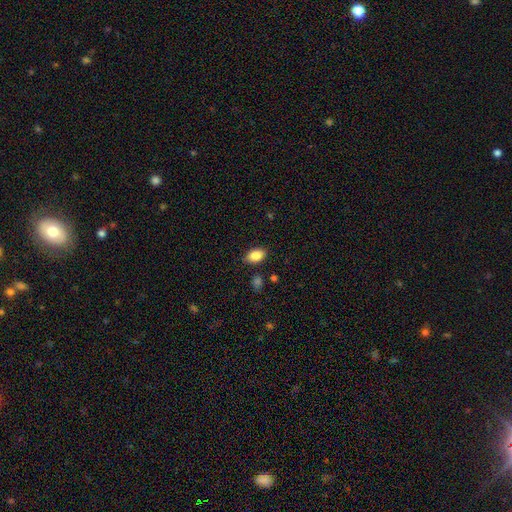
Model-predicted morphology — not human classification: This appears to be a smooth galaxy with no disk features (87%) that is in between round and cigar-shaped (89%). Merging: none (83%).